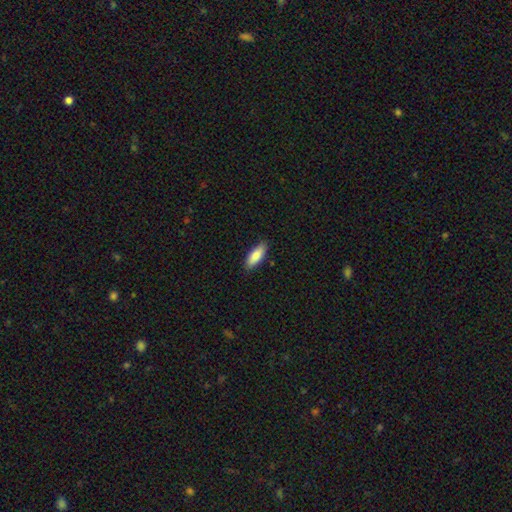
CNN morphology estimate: smooth 85%, featured or disk 9%, star or artifact 6%. Down the decision tree: how rounded — in between (71%); merging — none (85%).